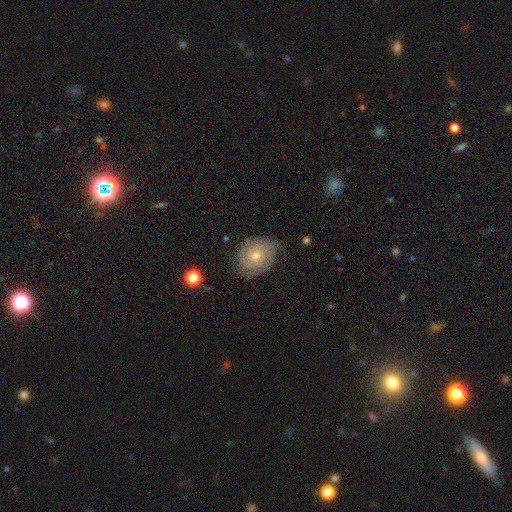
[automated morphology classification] Smooth or featured: featured or disk — 68% (smooth — 23%)
Edge-on disk: no — 97% (yes — 3%)
Bar: no — 80% (weak — 17%)
Spiral arms: yes — 89% (no — 11%)
Spiral winding: tight — 72% (medium — 22%)
Spiral arm count: can't tell — 39% (2 — 32%)
Bulge size: small — 54% (moderate — 42%)
Merging: none — 75% (minor disturbance — 19%)